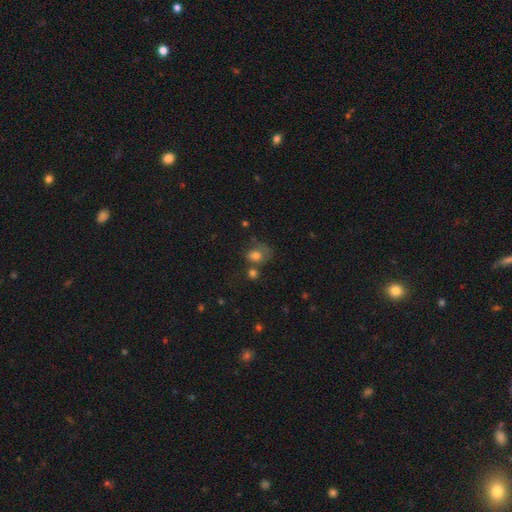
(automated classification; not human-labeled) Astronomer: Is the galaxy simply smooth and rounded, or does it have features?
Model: smooth — 73%.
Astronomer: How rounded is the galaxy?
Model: round — 50% (runner-up: in between, 49%).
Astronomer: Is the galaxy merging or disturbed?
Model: none — 34% (runner-up: minor disturbance, 22%).